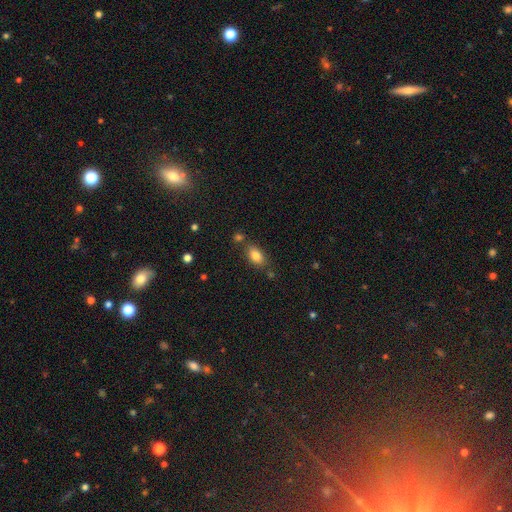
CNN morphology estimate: smooth_or_featured: smooth (p=0.83) [alt: star or artifact p=0.09]
how_rounded: in between (p=0.88) [alt: round p=0.10]
merging: none (p=0.73) [alt: minor disturbance p=0.14]